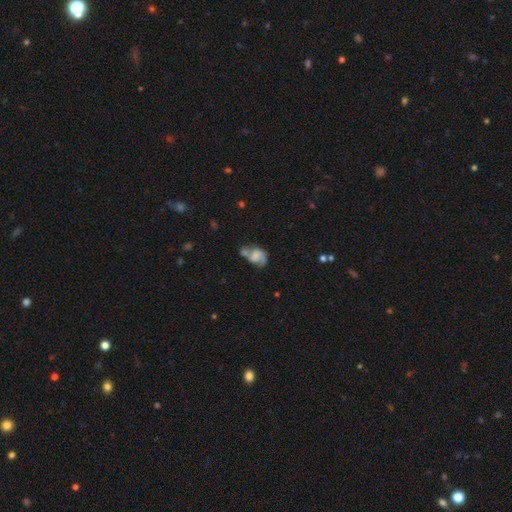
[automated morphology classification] Smooth or featured: featured or disk — 53% (smooth — 37%)
Edge-on disk: no — 97% (yes — 3%)
Bar: no — 57% (weak — 31%)
Spiral arms: yes — 74% (no — 26%)
Bulge size: none — 51% (small — 18%)
Merging: none — 31% (merger — 27%)